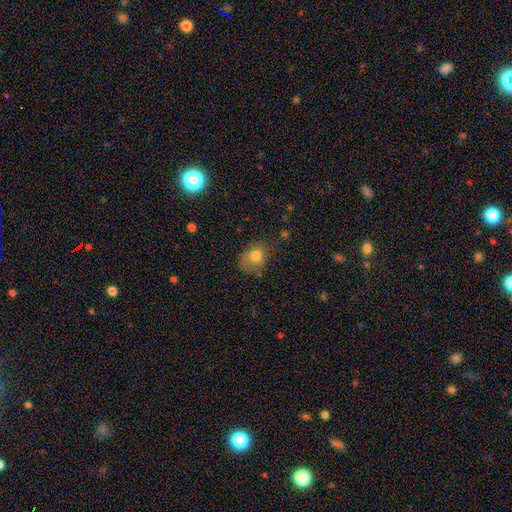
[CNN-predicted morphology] type=smooth (77%); roundness=round (52%); merging=none (46%).